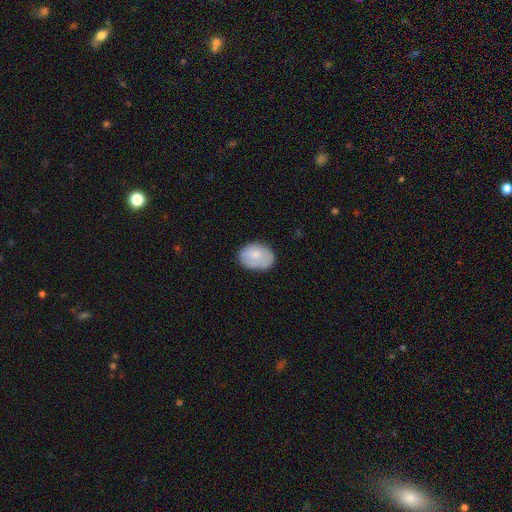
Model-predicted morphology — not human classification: The model was most divided on "how rounded": in between: 73%, round: 26%, cigar-shaped: 1%. More confident: smooth or featured — smooth (78%); merging — none (71%).